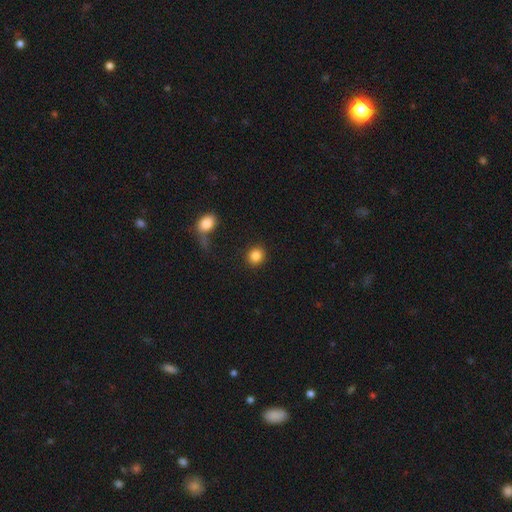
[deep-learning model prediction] This appears to be a smooth galaxy with no disk features (86%) that is round (80%). Merging: none (88%).